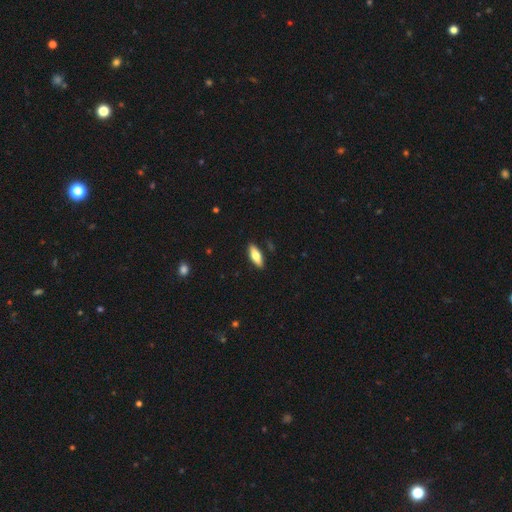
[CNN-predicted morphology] smooth_or_featured: smooth (p=0.65) [alt: featured or disk p=0.29]
how_rounded: in between (p=0.63) [alt: cigar-shaped p=0.34]
merging: none (p=0.89) [alt: minor disturbance p=0.08]